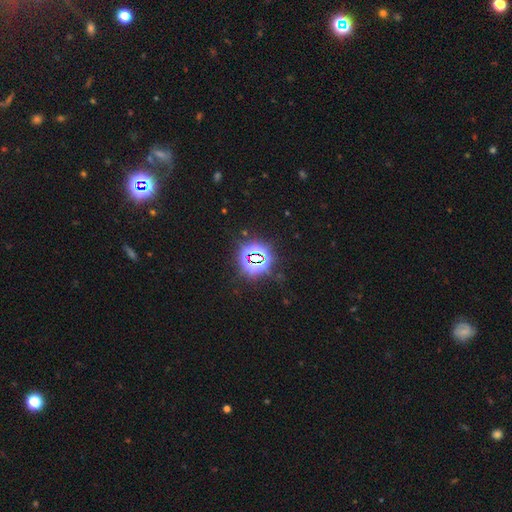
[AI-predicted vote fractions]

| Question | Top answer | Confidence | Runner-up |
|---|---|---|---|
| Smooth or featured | star or artifact | 80% | smooth (13%) |